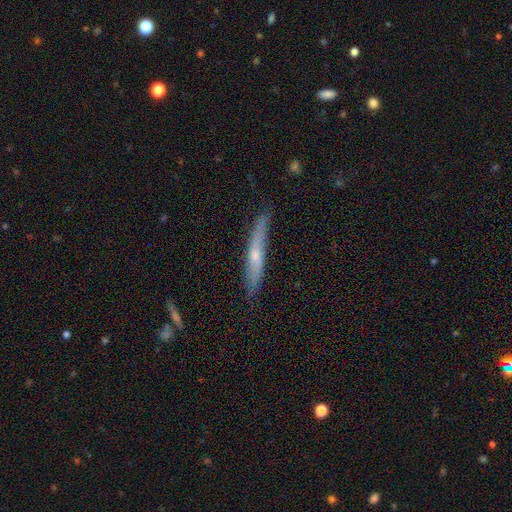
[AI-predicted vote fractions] Overall: featured or disk (51%; smooth 42%). Edge-on disk: yes (81%). Merging: none (79%).